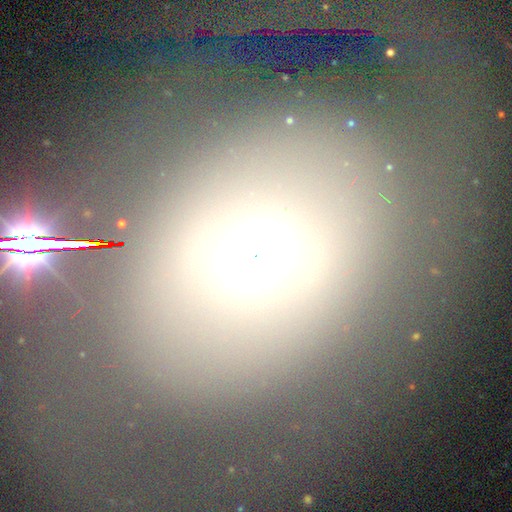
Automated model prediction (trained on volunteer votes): This is possibly a smooth galaxy (57%). How rounded: possibly round (56%). Merging: clearly none (84%).